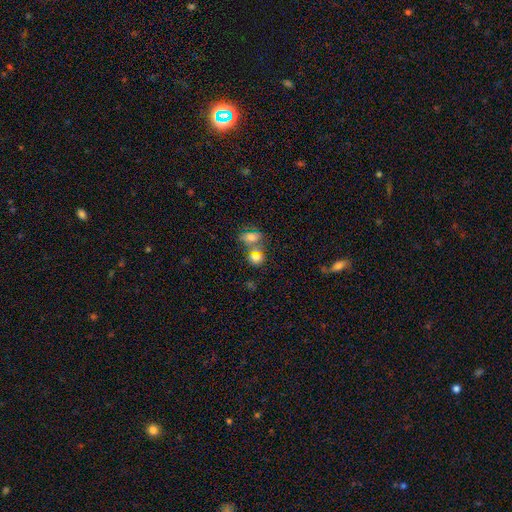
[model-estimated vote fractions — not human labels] Overall: smooth (75%). How rounded: round (62%; in between 36%). Merging: none (43%, tied with merger).